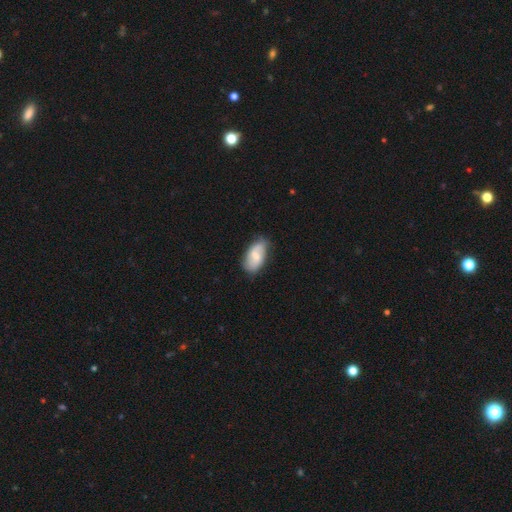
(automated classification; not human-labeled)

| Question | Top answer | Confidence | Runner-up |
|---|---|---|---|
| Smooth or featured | smooth | 51% | featured or disk (42%) |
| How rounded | in between | 93% | round (4%) |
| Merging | none | 72% | minor disturbance (22%) |